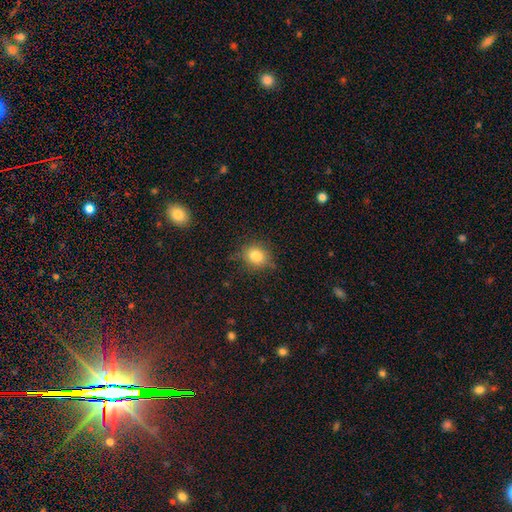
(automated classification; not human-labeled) Smooth or featured: smooth — 81% (star or artifact — 12%)
How rounded: round — 72% (in between — 26%)
Merging: none — 77% (minor disturbance — 17%)